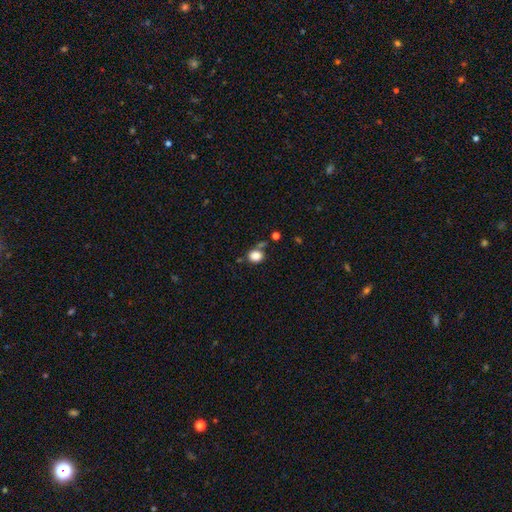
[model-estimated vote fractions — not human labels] Smooth or featured? Predicted: smooth (p=0.84). How rounded? Predicted: round (p=0.72). Merging? Predicted: none (p=0.65).